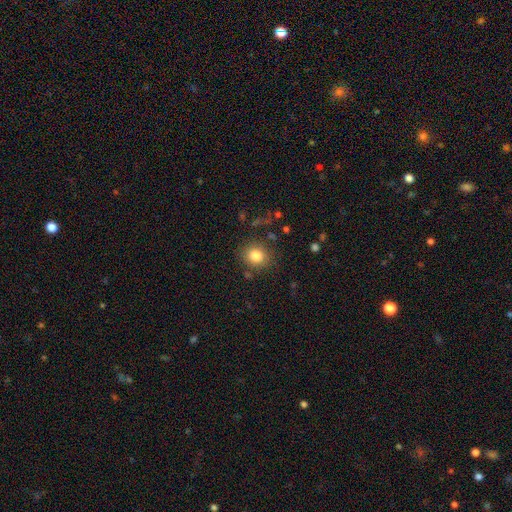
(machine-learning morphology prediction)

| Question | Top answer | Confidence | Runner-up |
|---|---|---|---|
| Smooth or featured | smooth | 83% | star or artifact (11%) |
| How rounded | round | 76% | in between (23%) |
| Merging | none | 83% | minor disturbance (10%) |